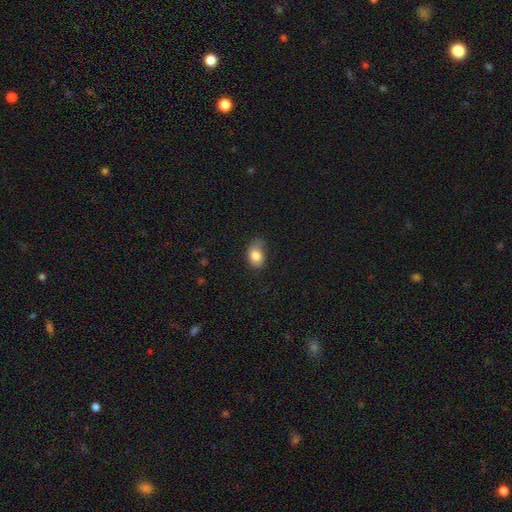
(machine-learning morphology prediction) Overall: smooth (82%). How rounded: in between (74%). Merging: none (51%; minor disturbance 36%).